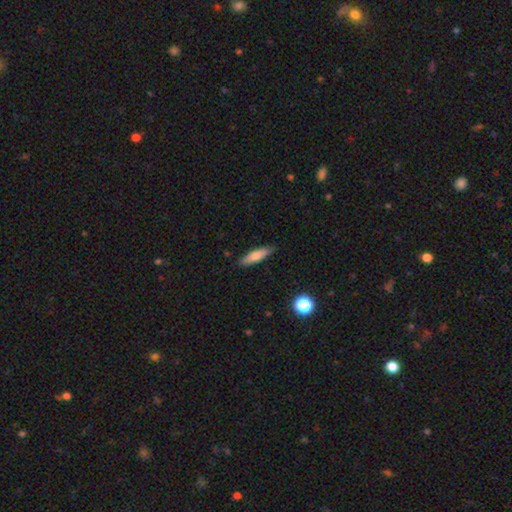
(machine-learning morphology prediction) Overall: smooth (71%). How rounded: cigar-shaped (69%). Merging: none (86%).